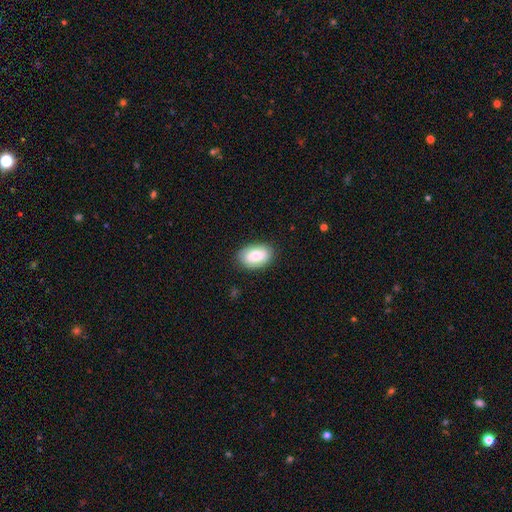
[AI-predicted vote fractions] A smooth galaxy with no disk features (83%) that is in between round and cigar-shaped (91%).

Vote fractions:
- Smooth or featured? smooth: 83% / featured or disk: 10% / star or artifact: 7%
- How rounded? in between: 91% / round: 8% / cigar-shaped: 1%
- Merging? none: 85% / minor disturbance: 11% / major disturbance: 3% / merger: 1%